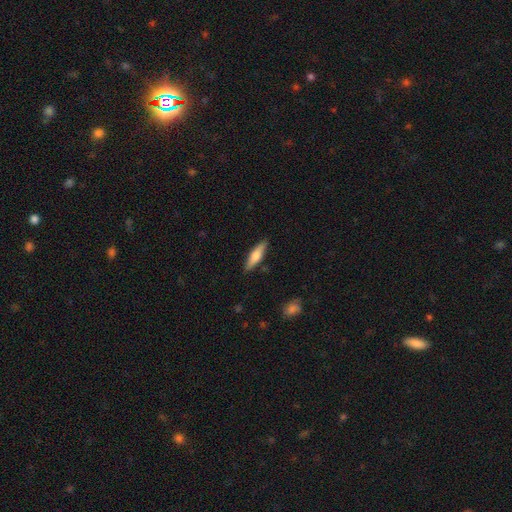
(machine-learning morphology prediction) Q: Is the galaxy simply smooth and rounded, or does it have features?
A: smooth — 60%.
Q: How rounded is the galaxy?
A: cigar-shaped — 68%.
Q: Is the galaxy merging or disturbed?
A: none — 87%.